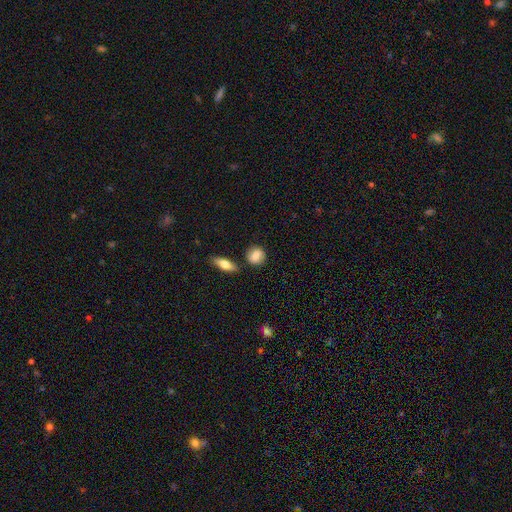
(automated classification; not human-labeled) Morphology: type=smooth (79%); roundness=round (71%); merging=none (79%).